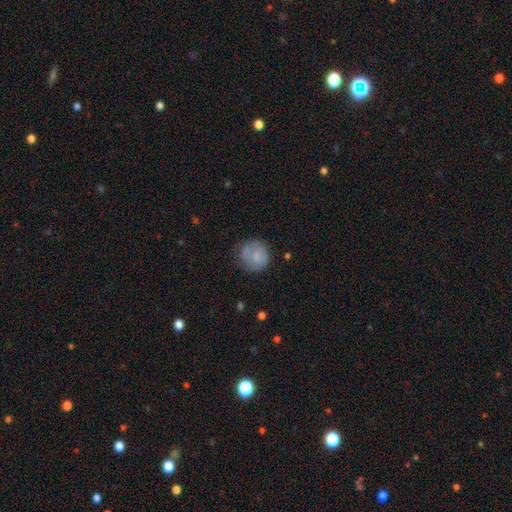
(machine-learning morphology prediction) smooth 70%, featured or disk 22%, star or artifact 8%. Down the decision tree: how rounded — round (86%); merging — none (63%).